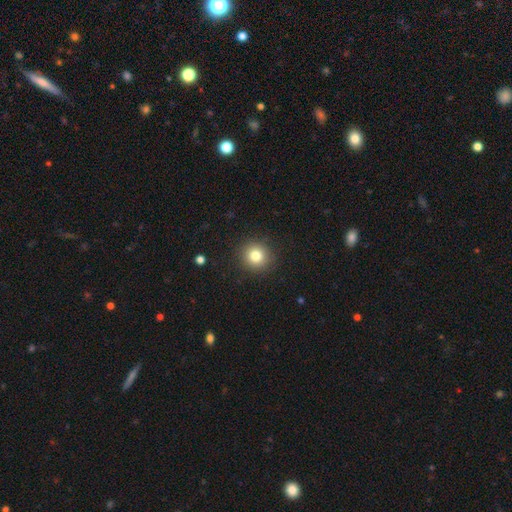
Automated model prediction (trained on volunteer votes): Smooth or featured? smooth (81%)
How rounded? round (92%)
Merging? none (91%)